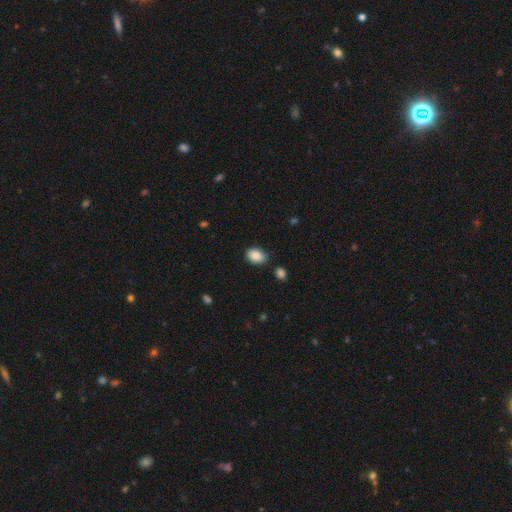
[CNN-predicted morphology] Smooth or featured? Predicted: smooth (p=0.86). How rounded? Predicted: in between (p=0.81). Merging? Predicted: none (p=0.75).